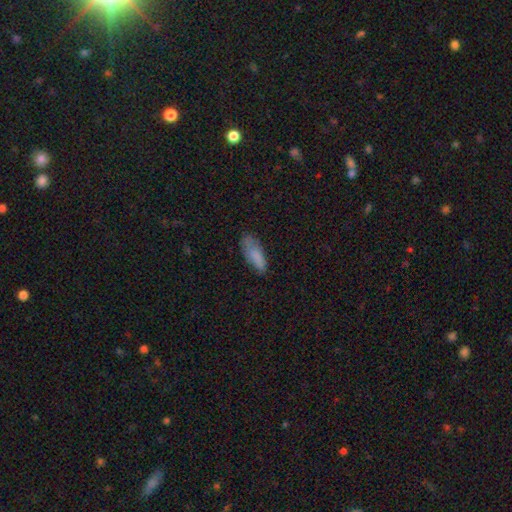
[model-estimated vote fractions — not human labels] A smooth galaxy with no disk features (82%) that is in between round and cigar-shaped (67%). Merging: none (63%).